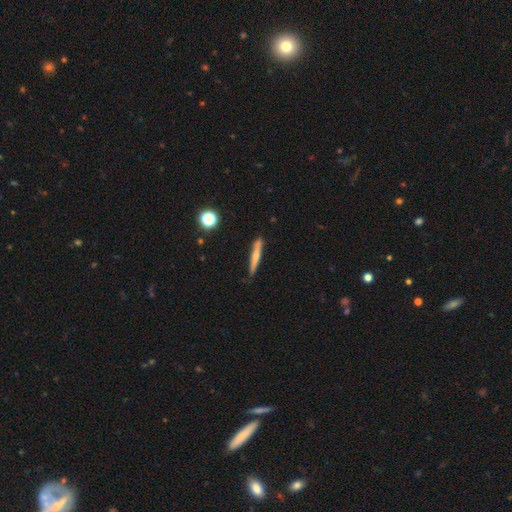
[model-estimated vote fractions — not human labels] Morphology: type=smooth (54%); roundness=cigar-shaped (94%); merging=none (80%).